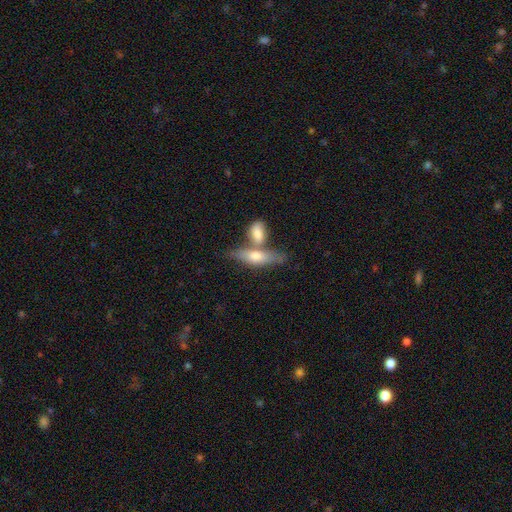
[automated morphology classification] Smooth or featured?
  - smooth: 57% *
  - featured or disk: 37%
  - star or artifact: 6%
How rounded?
  - cigar-shaped: 50% *
  - in between: 46%
  - round: 4%
Merging?
  - merger: 43% *
  - none: 41%
  - minor disturbance: 11%
  - major disturbance: 4%